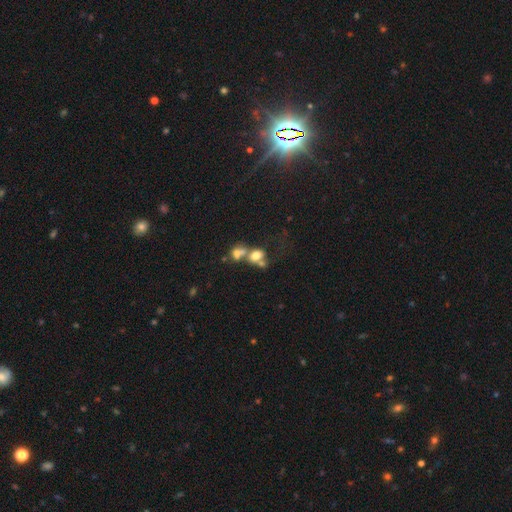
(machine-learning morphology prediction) Smooth or featured?
  - smooth: 64% *
  - featured or disk: 22%
  - star or artifact: 14%
How rounded?
  - in between: 51% *
  - round: 47%
  - cigar-shaped: 2%
Merging?
  - merger: 64% *
  - none: 20%
  - major disturbance: 9%
  - minor disturbance: 7%